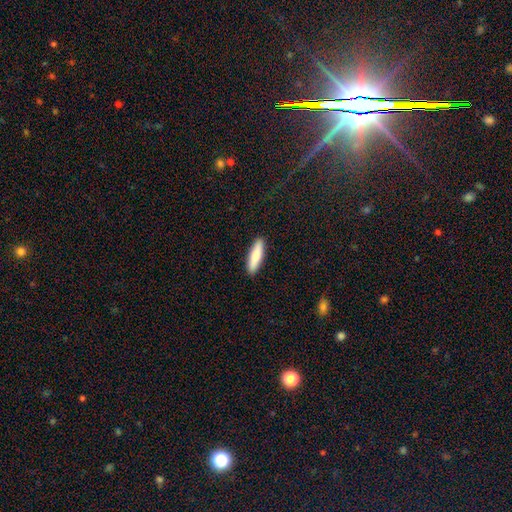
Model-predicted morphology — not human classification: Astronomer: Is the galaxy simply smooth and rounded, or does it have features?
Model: smooth — 72%.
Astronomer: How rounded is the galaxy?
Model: cigar-shaped — 70%.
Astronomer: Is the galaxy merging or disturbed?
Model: none — 91%.